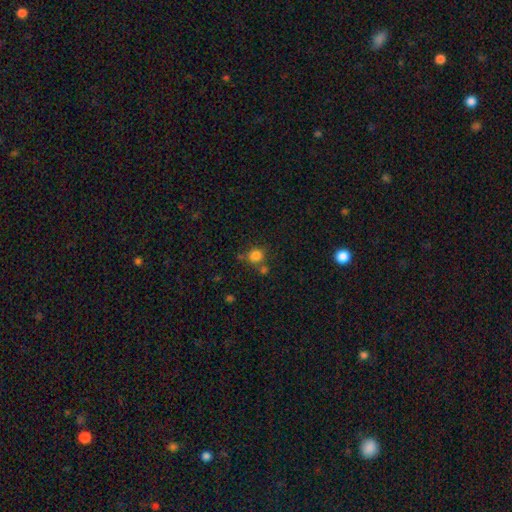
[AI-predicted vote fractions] A smooth galaxy with no disk features (81%) that is round (74%). Merging: none (60%).